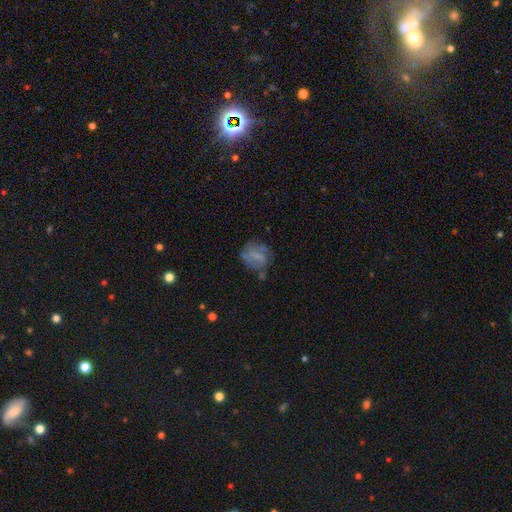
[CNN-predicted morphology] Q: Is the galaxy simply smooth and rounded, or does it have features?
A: smooth — 47%.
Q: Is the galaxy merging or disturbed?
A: none — 54%.